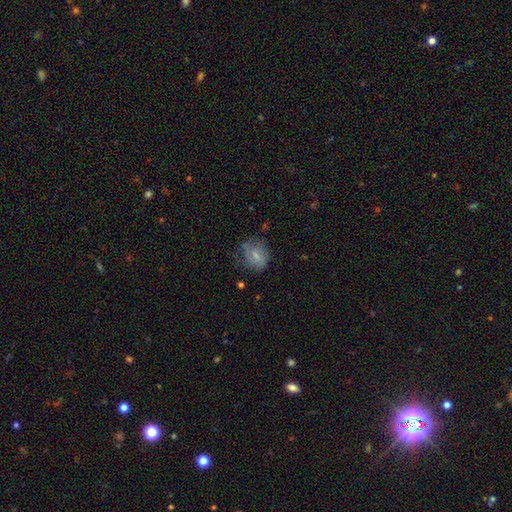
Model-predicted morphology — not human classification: This appears to be a smooth galaxy with no disk features (64%) that is round (51%). Merging: none (55%).